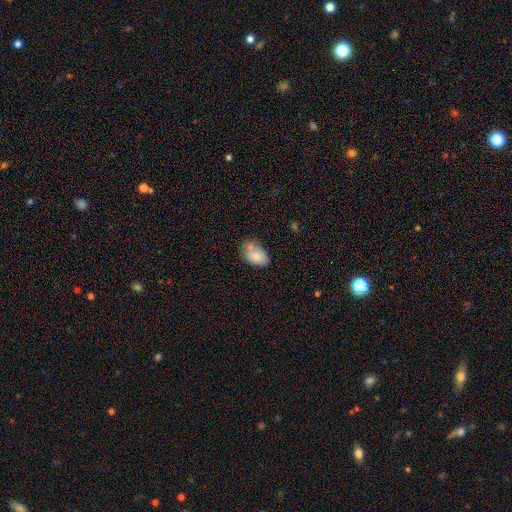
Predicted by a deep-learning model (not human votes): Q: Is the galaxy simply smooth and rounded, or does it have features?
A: smooth — 75%.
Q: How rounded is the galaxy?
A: in between — 90%.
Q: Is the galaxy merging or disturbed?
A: none — 48%.